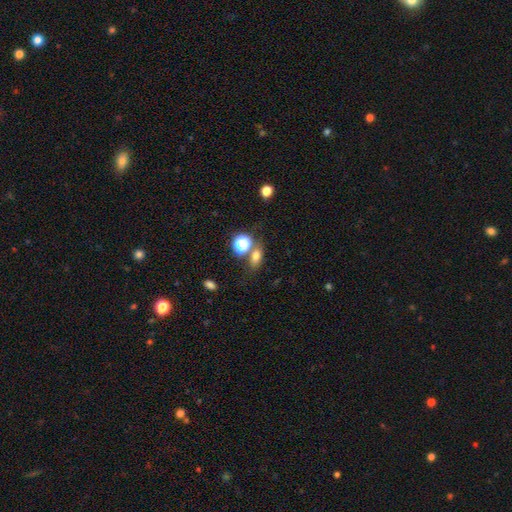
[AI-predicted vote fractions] smooth_or_featured: smooth (p=0.70) [alt: star or artifact p=0.19]
how_rounded: in between (p=0.67) [alt: round p=0.27]
merging: none (p=0.63) [alt: merger p=0.20]